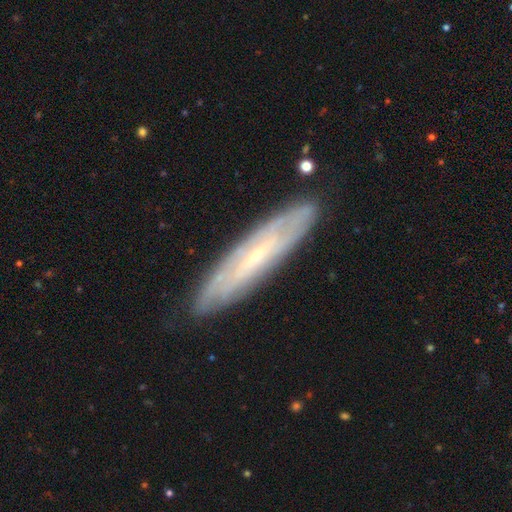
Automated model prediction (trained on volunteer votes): This appears to be a featured or disk galaxy (70%). Merging: none (86%).